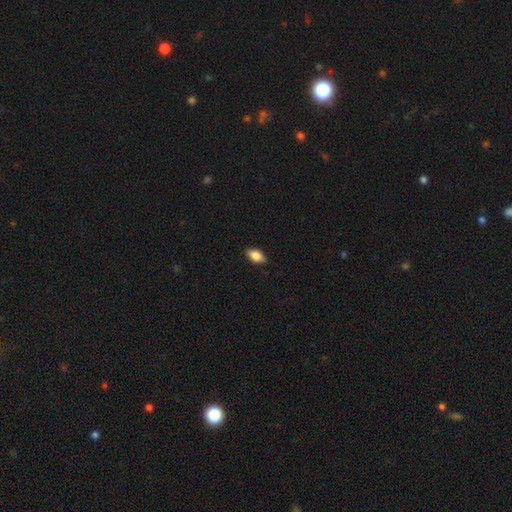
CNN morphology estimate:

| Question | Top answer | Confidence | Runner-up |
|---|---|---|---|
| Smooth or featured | smooth | 84% | featured or disk (9%) |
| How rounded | in between | 91% | round (5%) |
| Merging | none | 88% | minor disturbance (9%) |